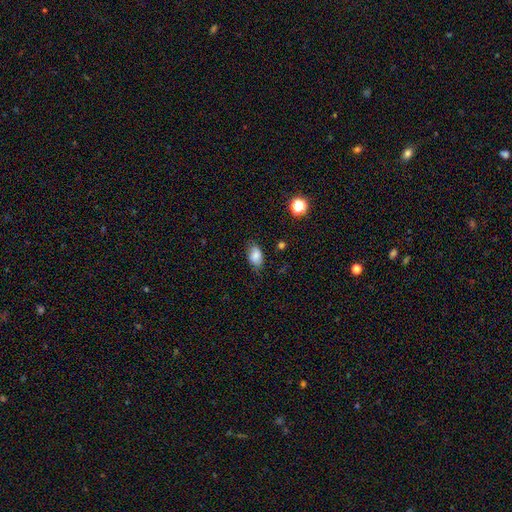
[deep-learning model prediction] Smooth or featured? smooth (83%)
How rounded? in between (89%)
Merging? none (74%)